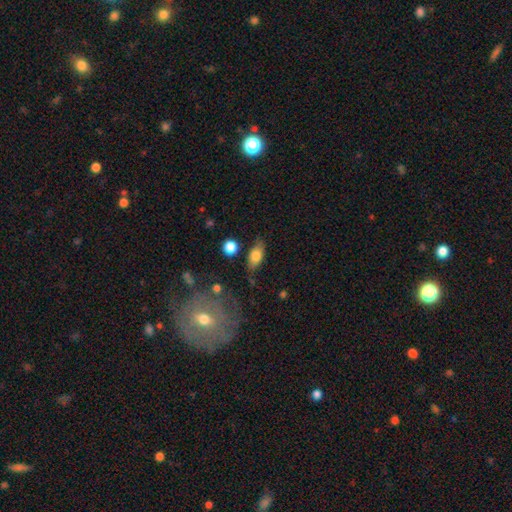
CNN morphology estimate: This is likely a smooth galaxy (75%). How rounded: clearly in between (82%). Merging: likely none (74%).